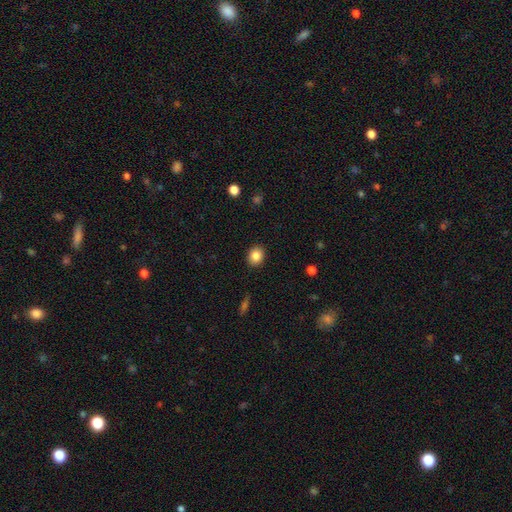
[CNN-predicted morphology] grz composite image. It shows a smooth galaxy with no disk features (86%) that is round (55%). Merging: none (90%).